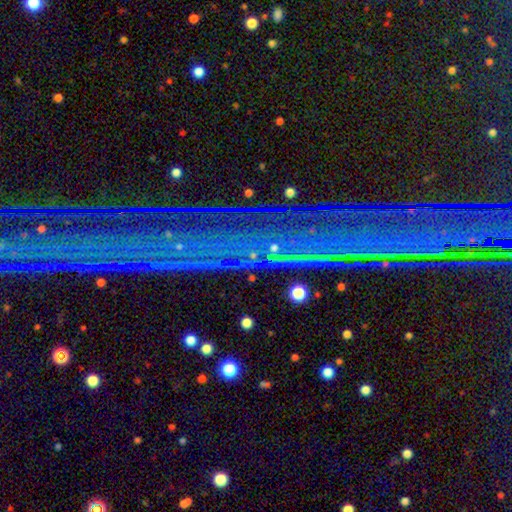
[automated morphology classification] The model was most divided on "smooth or featured": star or artifact: 82%, featured or disk: 10%, smooth: 8%.